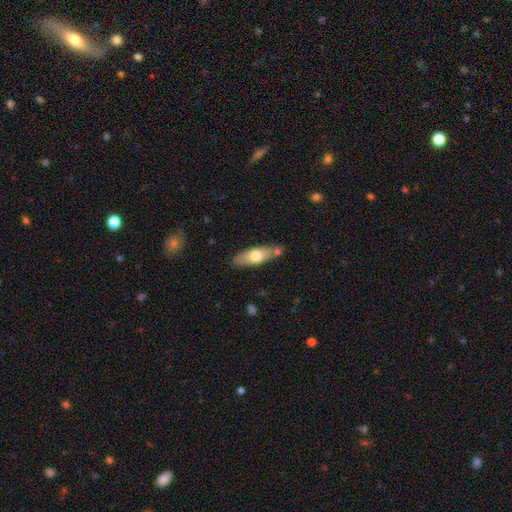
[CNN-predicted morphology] type=smooth (63%); roundness=in between (55%); merging=none (75%).